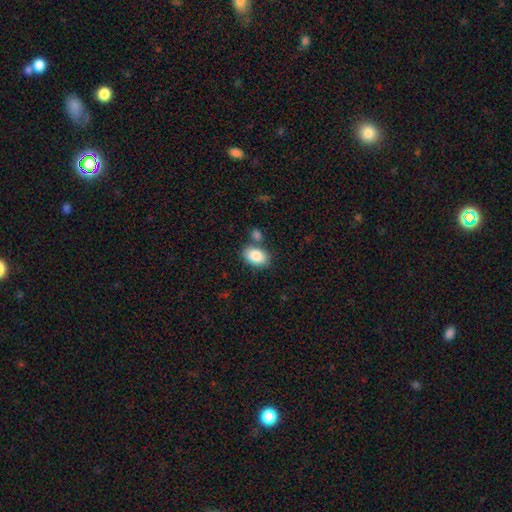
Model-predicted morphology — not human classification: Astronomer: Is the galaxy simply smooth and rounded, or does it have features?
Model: smooth — 87%.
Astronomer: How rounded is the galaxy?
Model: in between — 88%.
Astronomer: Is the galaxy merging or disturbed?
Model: none — 71%.